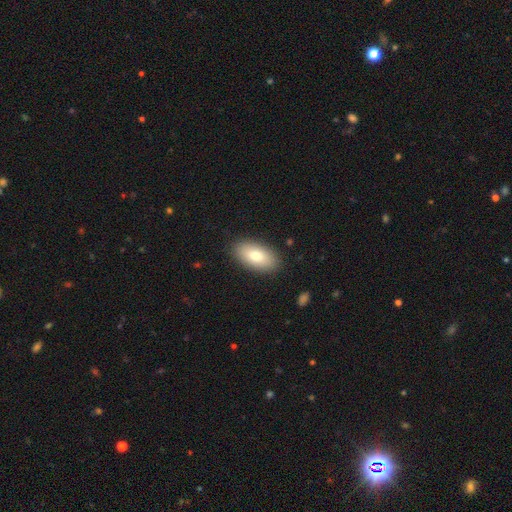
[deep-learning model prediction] This appears to be a smooth galaxy with no disk features (78%) that is in between round and cigar-shaped (93%). Merging: none (88%).